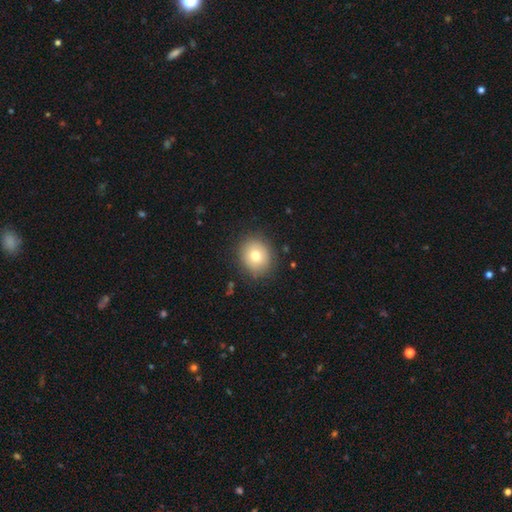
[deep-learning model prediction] smooth-or-featured: smooth: 76% | featured or disk: 13% | star or artifact: 11%
  how-rounded: round: 77% | in between: 22% | cigar-shaped: 1%
  merging: none: 87% | minor disturbance: 9% | major disturbance: 3% | merger: 1%